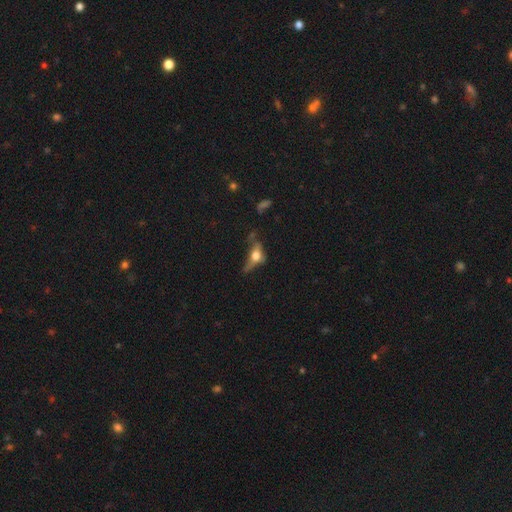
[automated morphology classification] Smooth or featured?
  - featured or disk: 47% *
  - smooth: 40%
  - star or artifact: 14%
Merging?
  - major disturbance: 34% * (tied)
  - none: 34% * (tied)
  - minor disturbance: 23%
  - merger: 9%